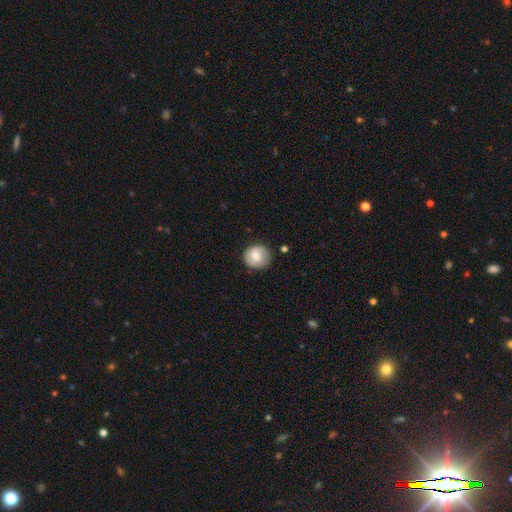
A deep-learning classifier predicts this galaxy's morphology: Smooth or featured: smooth — 64% (featured or disk — 29%)
How rounded: round — 87% (in between — 12%)
Merging: none — 79% (minor disturbance — 15%)